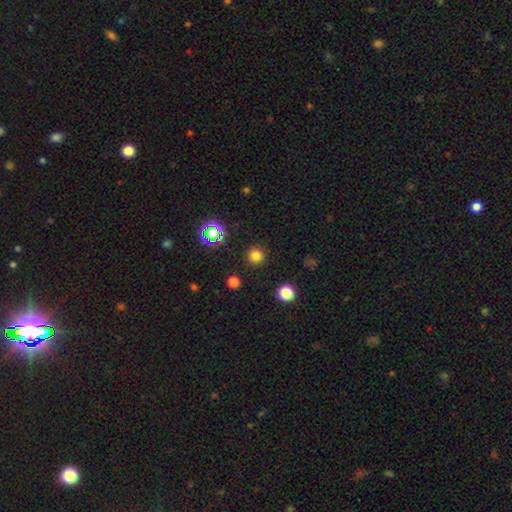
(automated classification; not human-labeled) Smooth or featured?
  - smooth: 78% *
  - star or artifact: 18%
  - featured or disk: 5%
How rounded?
  - round: 96% *
  - in between: 3%
  - cigar-shaped: 1%
Merging?
  - none: 91% *
  - minor disturbance: 5%
  - major disturbance: 2%
  - merger: 1%